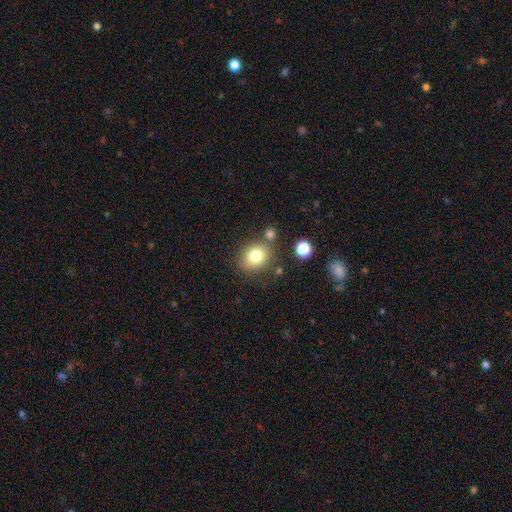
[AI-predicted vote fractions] Smooth or featured? Predicted: smooth (p=0.78). How rounded? Predicted: round (p=0.61). Merging? Predicted: none (p=0.72).